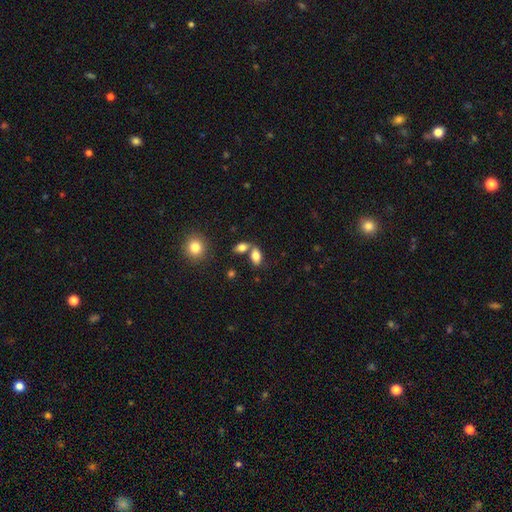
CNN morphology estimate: Smooth or featured? Predicted: smooth (p=0.81). How rounded? Predicted: in between (p=0.89). Merging? Predicted: none (p=0.50).